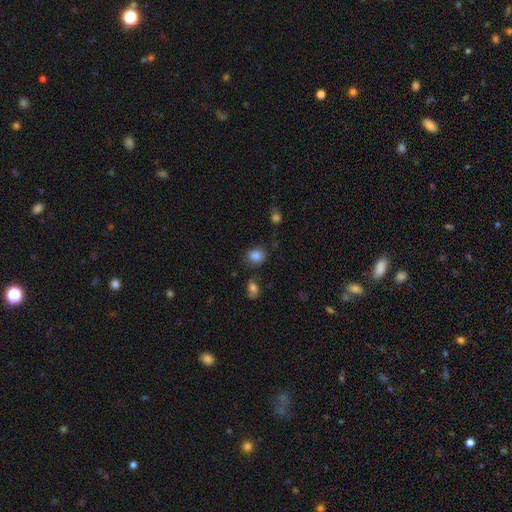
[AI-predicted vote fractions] Overall: smooth (85%). How rounded: round (64%; in between 35%). Merging: none (77%).